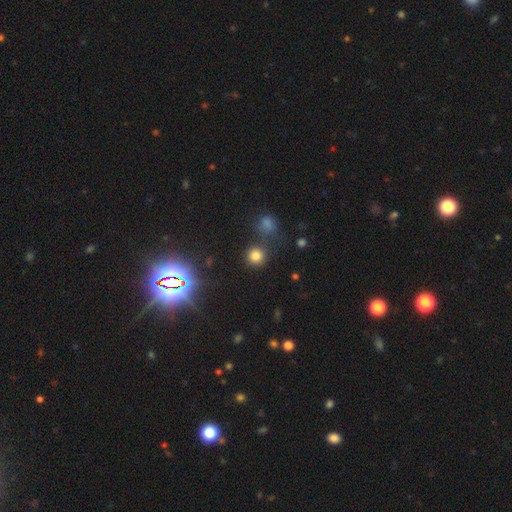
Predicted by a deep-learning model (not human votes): smooth-or-featured: smooth: 77% | star or artifact: 17% | featured or disk: 5%
  how-rounded: round: 92% | in between: 7% | cigar-shaped: 1%
  merging: none: 78% | minor disturbance: 9% | merger: 9% | major disturbance: 4%